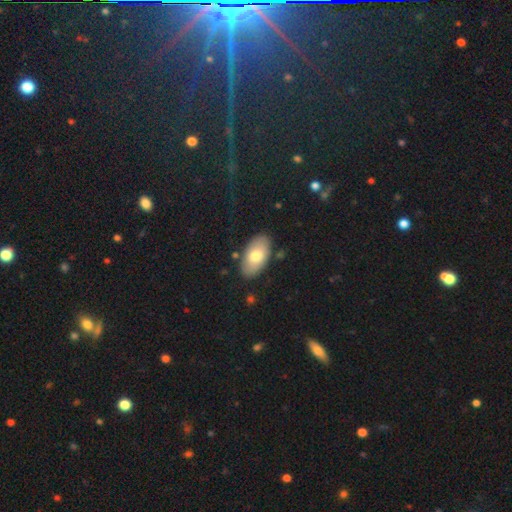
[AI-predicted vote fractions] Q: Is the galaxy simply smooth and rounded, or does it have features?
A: smooth — 73%.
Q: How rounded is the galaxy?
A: in between — 94%.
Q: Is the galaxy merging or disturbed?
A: none — 84%.